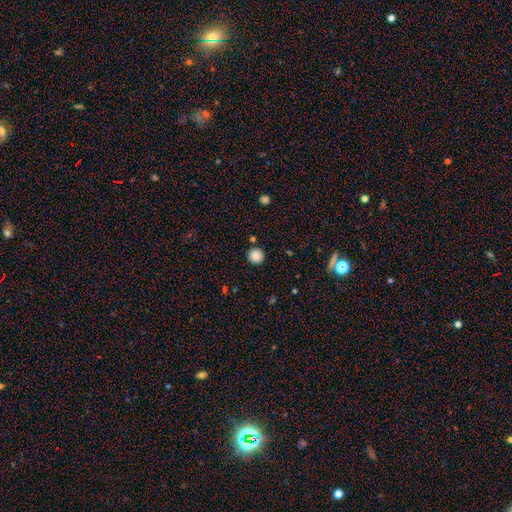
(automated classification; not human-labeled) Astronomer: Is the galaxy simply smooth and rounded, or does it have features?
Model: smooth — 86%.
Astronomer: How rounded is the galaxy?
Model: round — 95%.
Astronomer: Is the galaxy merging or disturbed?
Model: none — 90%.